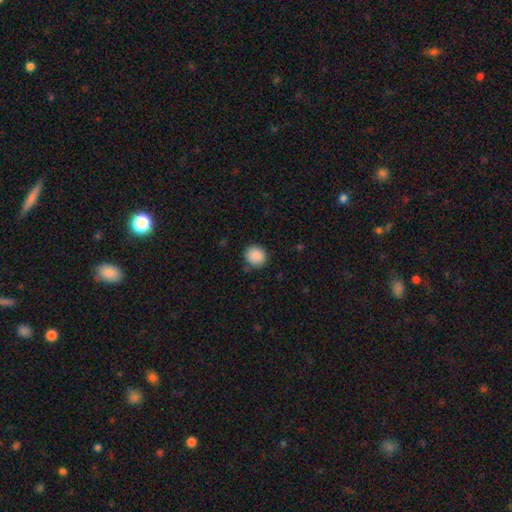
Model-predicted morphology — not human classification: The model was most divided on "how rounded": round: 84%, in between: 15%, cigar-shaped: 1%. More confident: smooth or featured — smooth (89%); merging — none (86%).